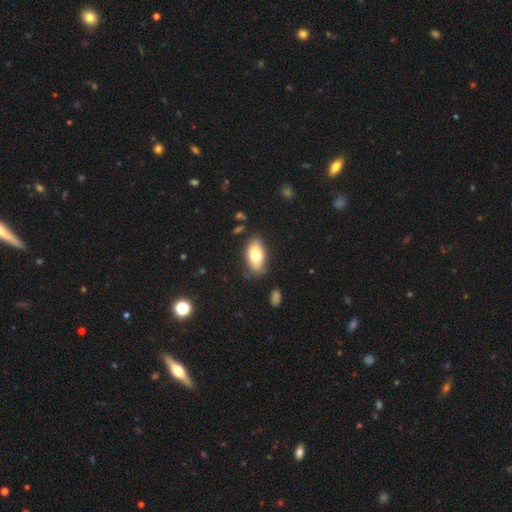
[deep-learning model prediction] smooth 71%, featured or disk 22%, star or artifact 7%. Down the decision tree: how rounded — in between (90%); merging — none (79%).